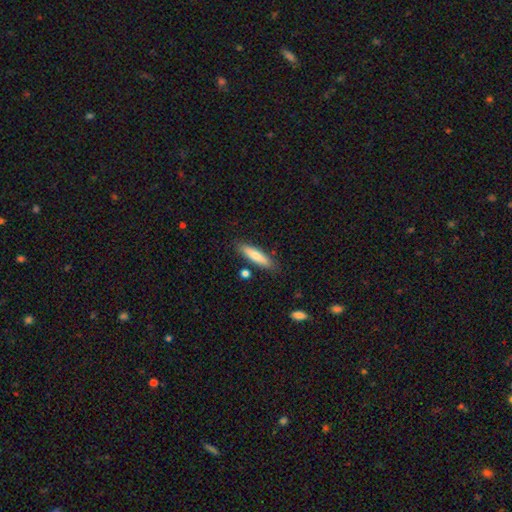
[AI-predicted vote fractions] smooth-or-featured: smooth: 72% | featured or disk: 21% | star or artifact: 6%
  how-rounded: cigar-shaped: 74% | in between: 24% | round: 2%
  merging: none: 84% | minor disturbance: 10% | merger: 4% | major disturbance: 2%